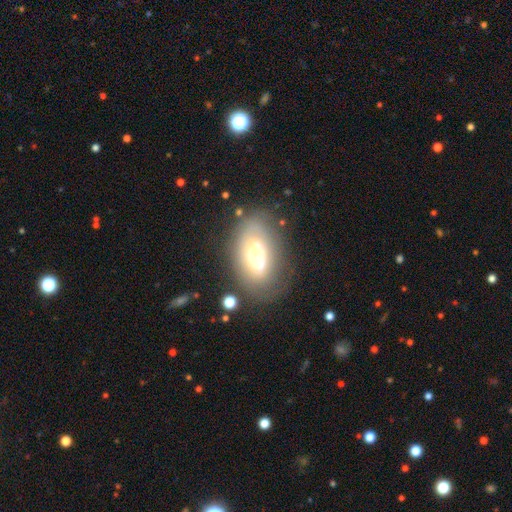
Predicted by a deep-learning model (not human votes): A featured or disk galaxy (53%). Merging: none (64%).